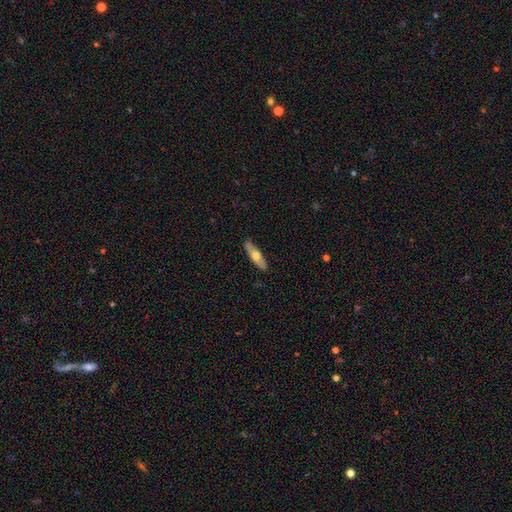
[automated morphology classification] This is possibly a smooth galaxy (52%). How rounded: likely cigar-shaped (64%). Merging: clearly none (85%).